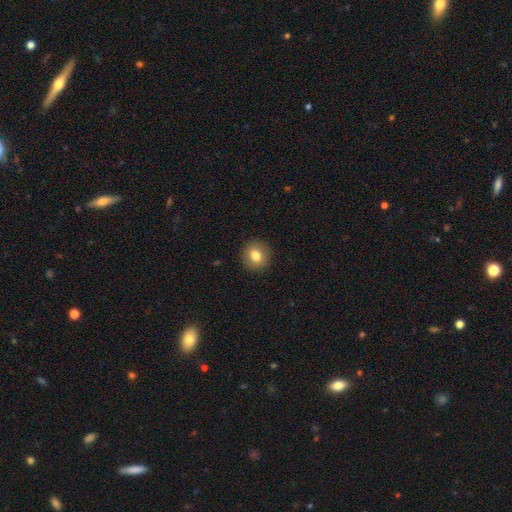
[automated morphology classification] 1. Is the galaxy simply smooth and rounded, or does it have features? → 80% smooth, 11% featured or disk, 9% star or artifact.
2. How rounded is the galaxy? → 83% round, 16% in between, 1% cigar-shaped.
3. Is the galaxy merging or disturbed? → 91% none, 6% minor disturbance, 2% major disturbance, 1% merger.